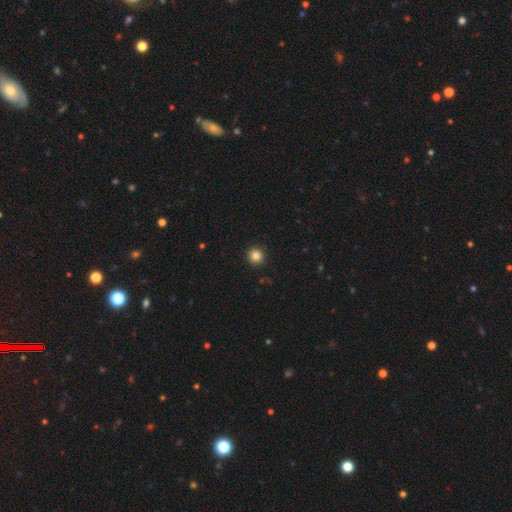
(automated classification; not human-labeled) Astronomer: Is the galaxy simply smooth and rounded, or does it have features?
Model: smooth — 85%.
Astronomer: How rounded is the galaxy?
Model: round — 94%.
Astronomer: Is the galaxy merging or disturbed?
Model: none — 93%.